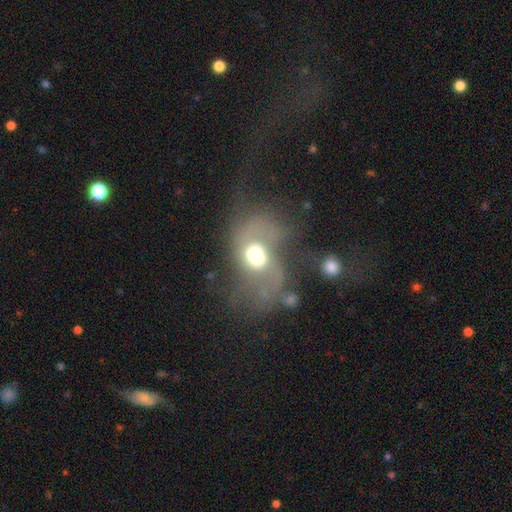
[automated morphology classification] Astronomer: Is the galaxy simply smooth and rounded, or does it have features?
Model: featured or disk — 59%.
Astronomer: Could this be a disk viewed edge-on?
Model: no — 97%.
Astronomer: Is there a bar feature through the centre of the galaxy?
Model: no — 67%.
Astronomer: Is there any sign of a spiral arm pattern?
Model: yes — 69%.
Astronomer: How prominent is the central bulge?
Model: moderate — 44% (runner-up: large, 41%).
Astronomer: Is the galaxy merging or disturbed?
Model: major disturbance — 47% (runner-up: none, 24%).